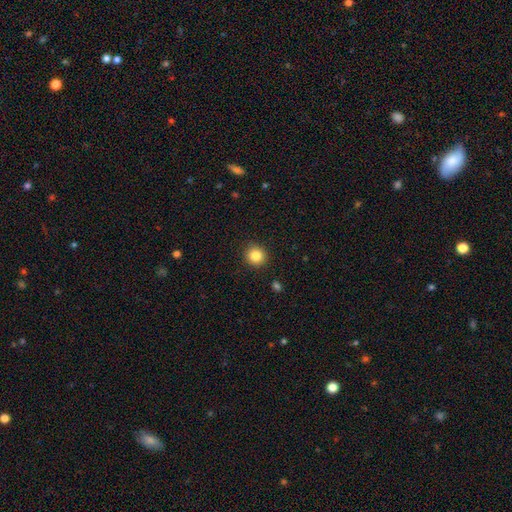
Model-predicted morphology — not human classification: smooth-or-featured: smooth: 84% | star or artifact: 10% | featured or disk: 5%
  how-rounded: round: 91% | in between: 8% | cigar-shaped: 1%
  merging: none: 91% | minor disturbance: 6% | major disturbance: 2% | merger: 1%